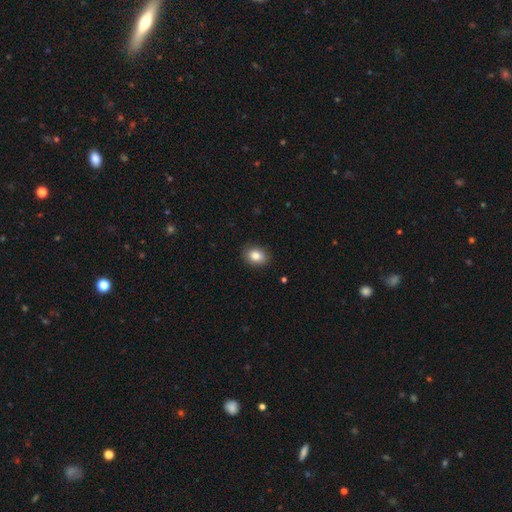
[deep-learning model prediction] Smooth or featured? smooth (85%)
How rounded? in between (59%)
Merging? none (89%)